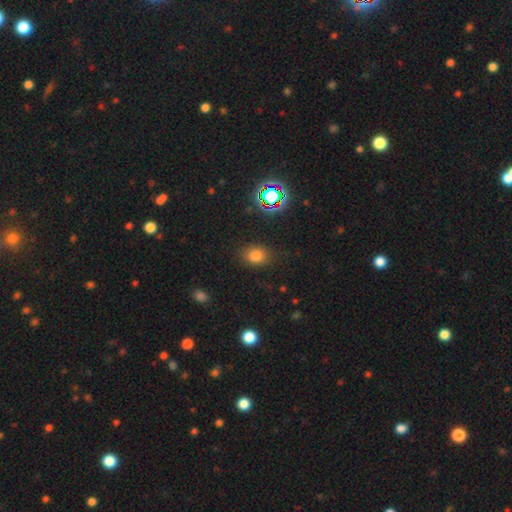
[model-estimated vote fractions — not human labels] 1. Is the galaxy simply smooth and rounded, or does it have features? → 74% smooth, 19% star or artifact, 8% featured or disk.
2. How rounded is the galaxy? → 55% in between, 44% round, 1% cigar-shaped.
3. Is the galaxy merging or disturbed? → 82% none, 12% minor disturbance, 4% major disturbance, 2% merger.